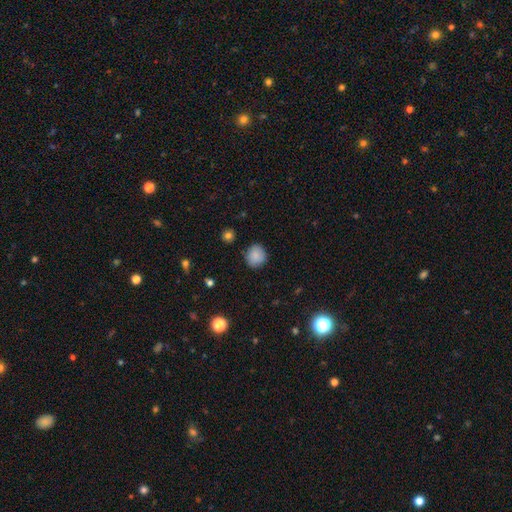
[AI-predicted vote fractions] smooth 86%, star or artifact 9%, featured or disk 5%. Down the decision tree: how rounded — round (87%); merging — none (86%).